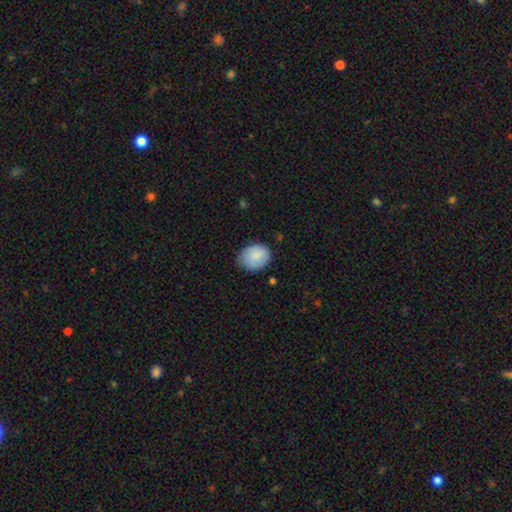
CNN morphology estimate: smooth-or-featured: smooth: 86% | featured or disk: 8% | star or artifact: 7%
  how-rounded: in between: 57% | round: 43% | cigar-shaped: 1%
  merging: none: 71% | minor disturbance: 24% | major disturbance: 4% | merger: 1%